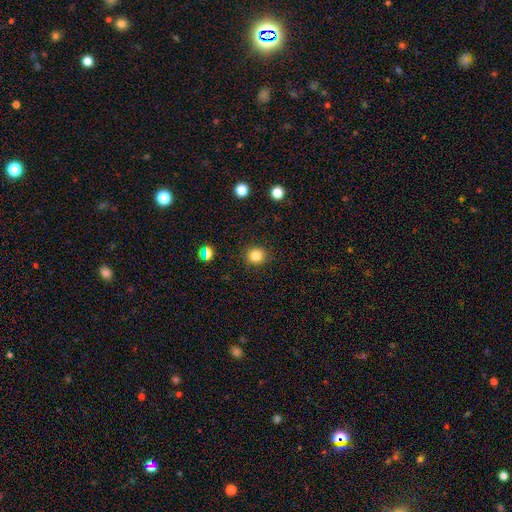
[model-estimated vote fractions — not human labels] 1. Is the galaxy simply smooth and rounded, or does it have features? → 83% smooth, 12% star or artifact, 4% featured or disk.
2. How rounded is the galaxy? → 85% round, 14% in between, 1% cigar-shaped.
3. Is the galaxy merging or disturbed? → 89% none, 8% minor disturbance, 2% major disturbance, 1% merger.